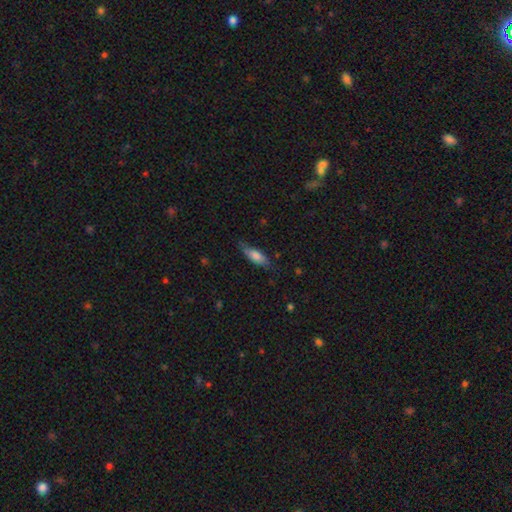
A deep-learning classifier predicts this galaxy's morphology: A smooth galaxy with no disk features (74%) that is in between round and cigar-shaped (61%). Merging: none (68%).